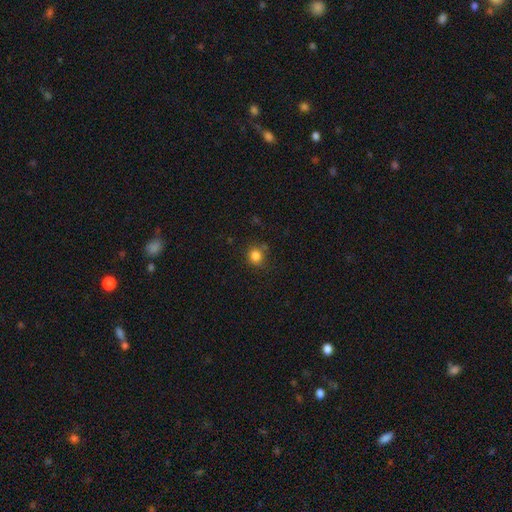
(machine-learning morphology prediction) Smooth or featured? Predicted: smooth (p=0.82). How rounded? Predicted: round (p=0.83). Merging? Predicted: none (p=0.71).